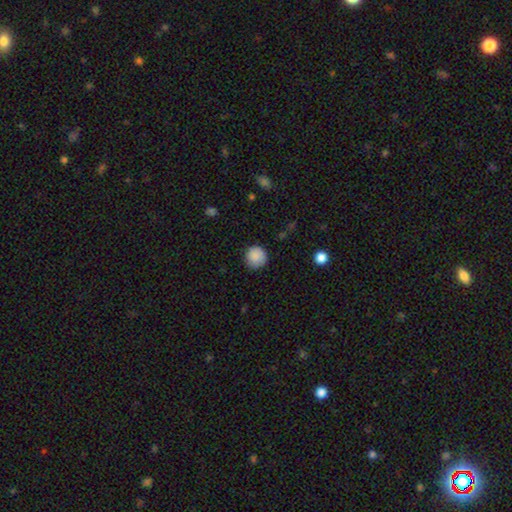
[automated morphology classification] Overall: smooth (88%). How rounded: round (95%). Merging: none (85%).